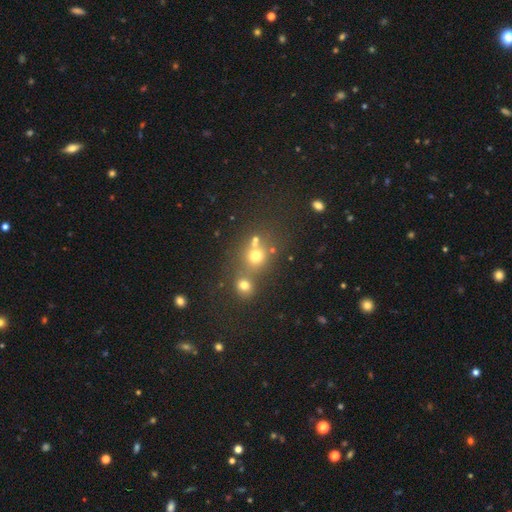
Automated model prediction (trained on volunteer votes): smooth_or_featured: smooth (p=0.67) [alt: star or artifact p=0.21]
how_rounded: round (p=0.83) [alt: in between p=0.16]
merging: none (p=0.52) [alt: merger p=0.35]